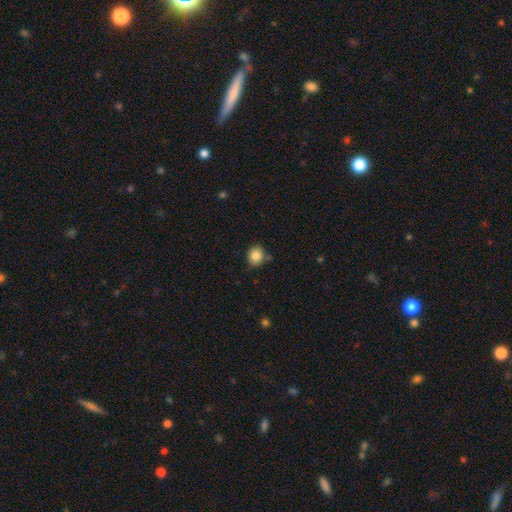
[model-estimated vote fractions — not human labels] Smooth or featured?
  - smooth: 85% *
  - star or artifact: 10%
  - featured or disk: 5%
How rounded?
  - round: 79% *
  - in between: 20%
  - cigar-shaped: 1%
Merging?
  - none: 73% *
  - minor disturbance: 19%
  - merger: 5%
  - major disturbance: 4%